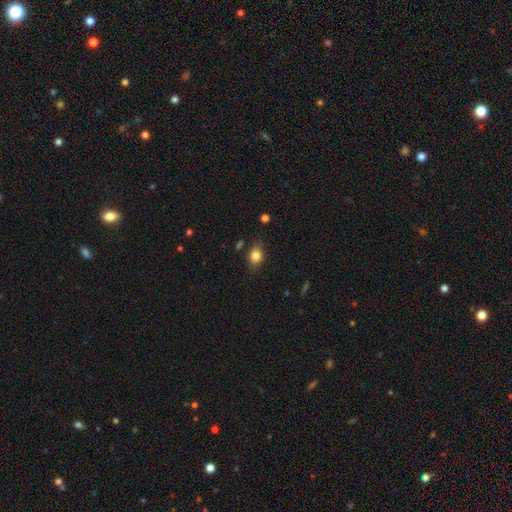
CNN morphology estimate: type=smooth (83%); roundness=in between (59%); merging=none (80%).